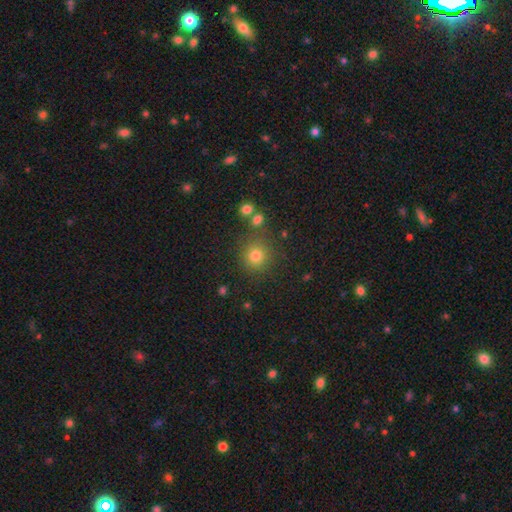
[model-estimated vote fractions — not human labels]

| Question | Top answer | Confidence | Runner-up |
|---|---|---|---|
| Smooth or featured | smooth | 77% | star or artifact (16%) |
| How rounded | round | 92% | in between (7%) |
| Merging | none | 81% | minor disturbance (9%) |